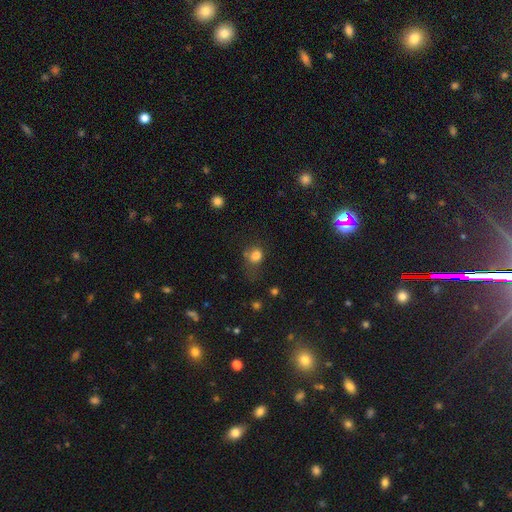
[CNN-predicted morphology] Overall: smooth (80%). How rounded: round (64%; in between 34%). Merging: none (45%; minor disturbance 28%).